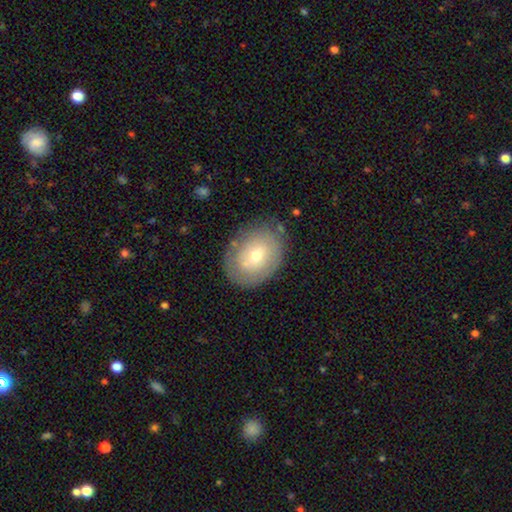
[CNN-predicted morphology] Smooth or featured? Predicted: smooth (p=0.54). How rounded? Predicted: in between (p=0.63). Merging? Predicted: none (p=0.75).